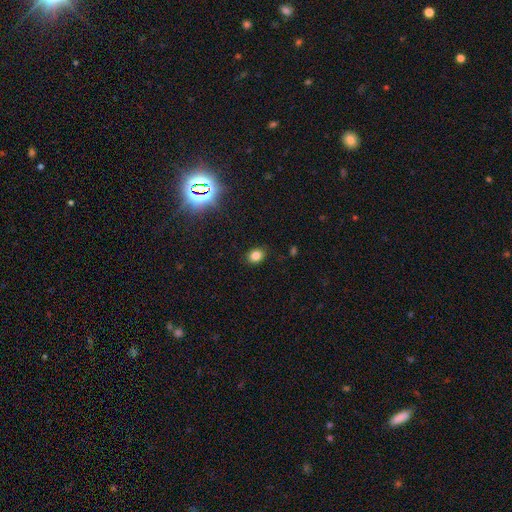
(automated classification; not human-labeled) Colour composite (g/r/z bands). It shows a smooth galaxy with no disk features (81%) that is in between round and cigar-shaped (55%). Merging: none (87%).